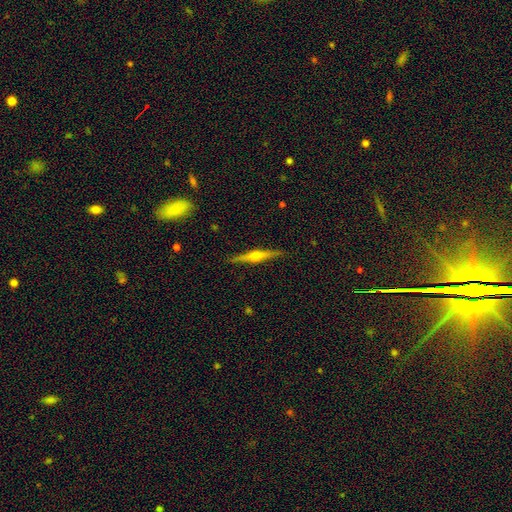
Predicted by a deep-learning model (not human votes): Smooth or featured?
  - featured or disk: 75% *
  - smooth: 19%
  - star or artifact: 6%
Edge-on disk?
  - yes: 98% *
  - no: 2%
Edge-on bulge?
  - rounded: 90% *
  - boxy: 6%
  - none: 4%
Merging?
  - none: 90% *
  - minor disturbance: 7%
  - major disturbance: 1%
  - merger: 1%